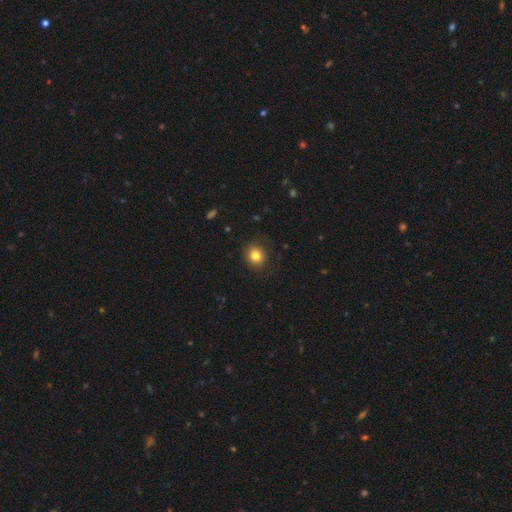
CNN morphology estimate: The model was most divided on "how rounded": round: 81%, in between: 18%, cigar-shaped: 1%. More confident: merging — none (86%); smooth or featured — smooth (81%).